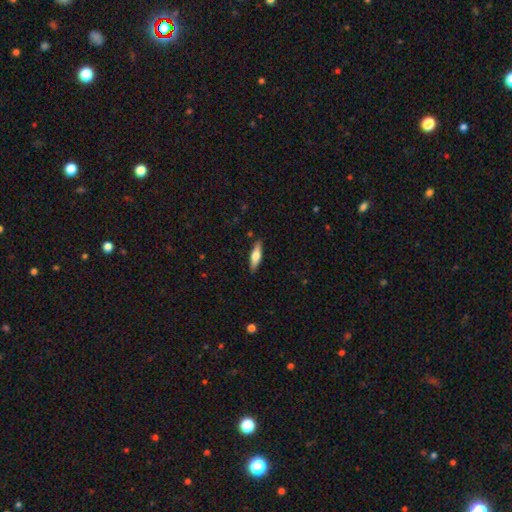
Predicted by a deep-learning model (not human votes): smooth_or_featured: smooth (p=0.59) [alt: featured or disk p=0.35]
how_rounded: cigar-shaped (p=0.64) [alt: in between p=0.34]
merging: none (p=0.88) [alt: minor disturbance p=0.09]